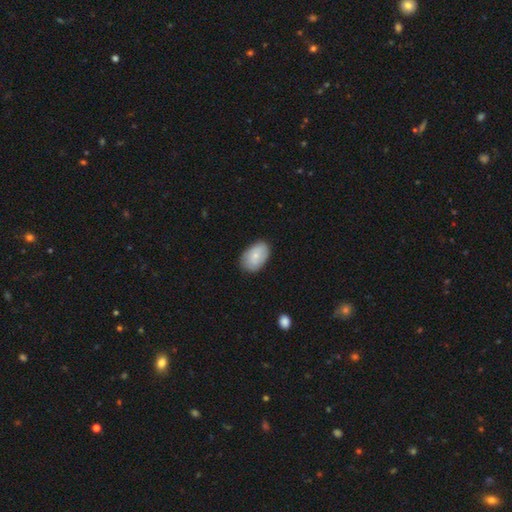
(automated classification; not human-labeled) This appears to be a smooth galaxy with no disk features (75%) that is in between round and cigar-shaped (89%). Merging: none (78%).